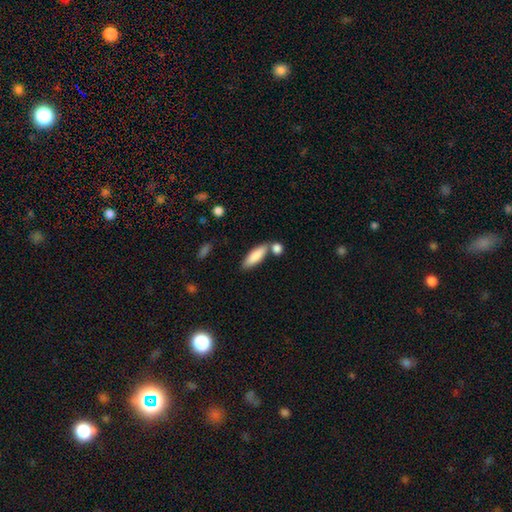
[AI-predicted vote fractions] smooth 84%, featured or disk 10%, star or artifact 6%. Down the decision tree: how rounded — in between (52%); merging — none (61%).